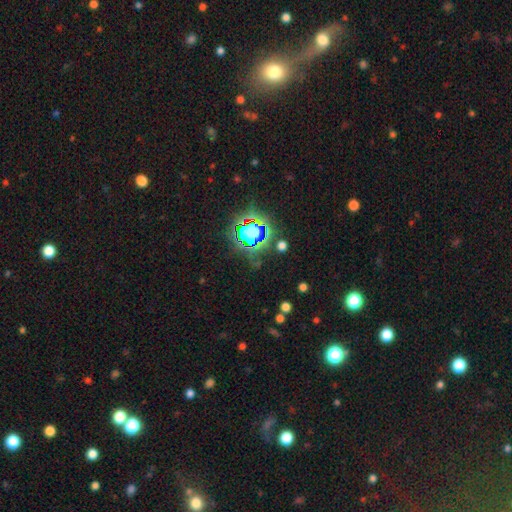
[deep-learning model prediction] The model was most divided on "smooth or featured": star or artifact: 79%, smooth: 13%, featured or disk: 8%.